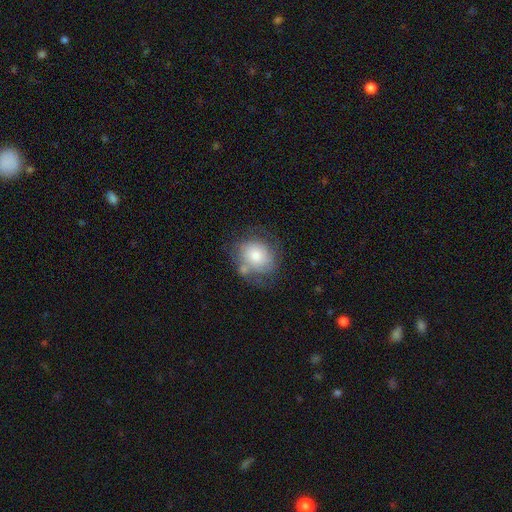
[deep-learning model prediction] The model was most divided on "how rounded": round: 58%, in between: 41%, cigar-shaped: 1%. Remaining: smooth or featured — smooth (58%); merging — none (49%).